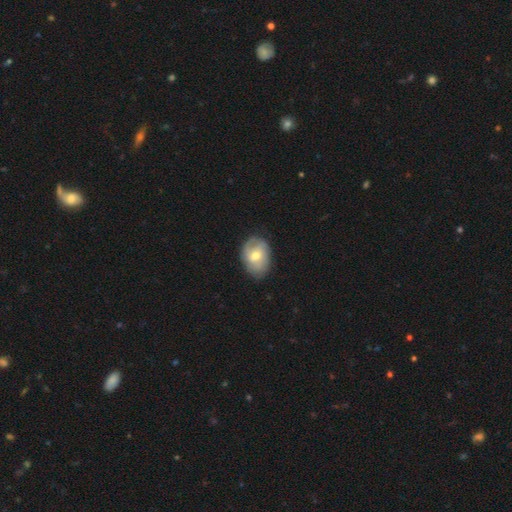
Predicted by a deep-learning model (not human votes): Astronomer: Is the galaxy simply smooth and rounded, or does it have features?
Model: featured or disk — 54% (runner-up: smooth, 40%).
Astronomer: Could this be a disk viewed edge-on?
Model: no — 96%.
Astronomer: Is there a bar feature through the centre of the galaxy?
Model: no — 52% (runner-up: weak, 39%).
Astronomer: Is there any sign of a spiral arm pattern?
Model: yes — 74%.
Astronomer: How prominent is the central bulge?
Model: moderate — 63%.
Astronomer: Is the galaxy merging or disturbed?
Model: none — 72%.